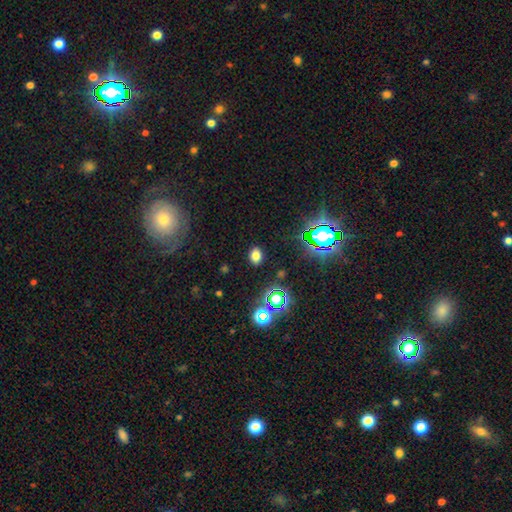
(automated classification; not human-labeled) Q: Smooth or featured?
A: smooth (73%); runner-up: star or artifact (21%)
Q: How rounded?
A: in between (65%); runner-up: round (34%)
Q: Merging?
A: none (89%); runner-up: minor disturbance (7%)